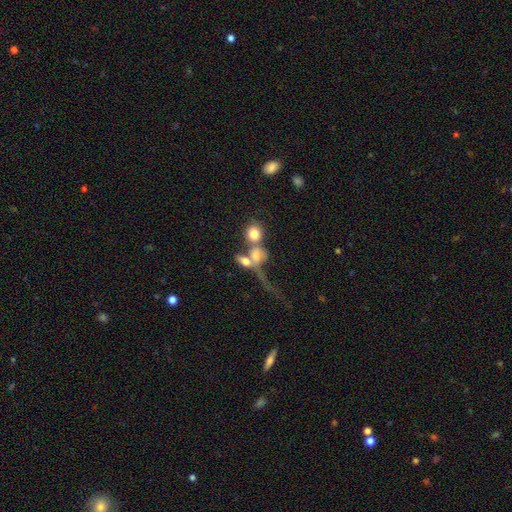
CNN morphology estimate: A smooth galaxy with no disk features (60%) that is in between round and cigar-shaped (47%). Merging: merger (59%).